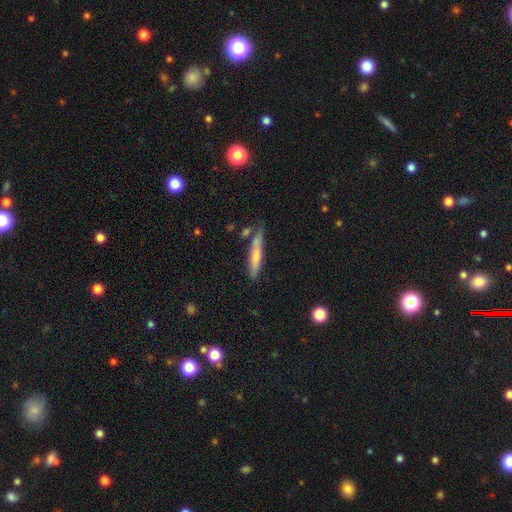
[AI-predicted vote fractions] smooth-or-featured: smooth: 59% | featured or disk: 34% | star or artifact: 7%
  how-rounded: cigar-shaped: 90% | in between: 8% | round: 2%
  merging: none: 70% | minor disturbance: 18% | merger: 8% | major disturbance: 4%